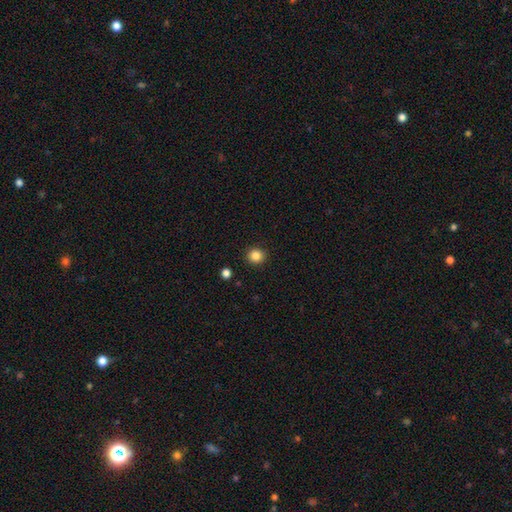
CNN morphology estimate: This appears to be a smooth galaxy with no disk features (85%) that is round (91%). Merging: none (91%).